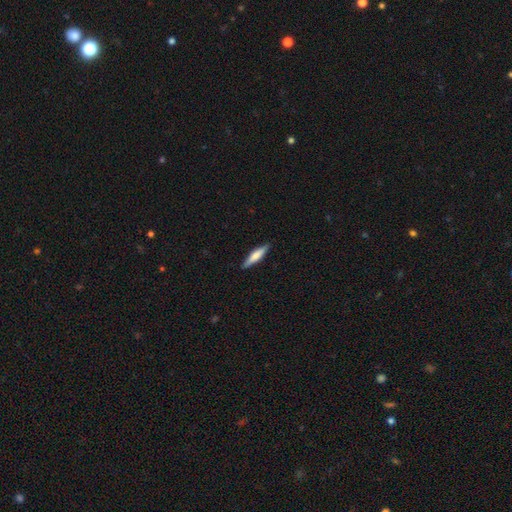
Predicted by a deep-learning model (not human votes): Smooth or featured? Predicted: smooth (p=0.58). How rounded? Predicted: cigar-shaped (p=0.82). Merging? Predicted: none (p=0.89).